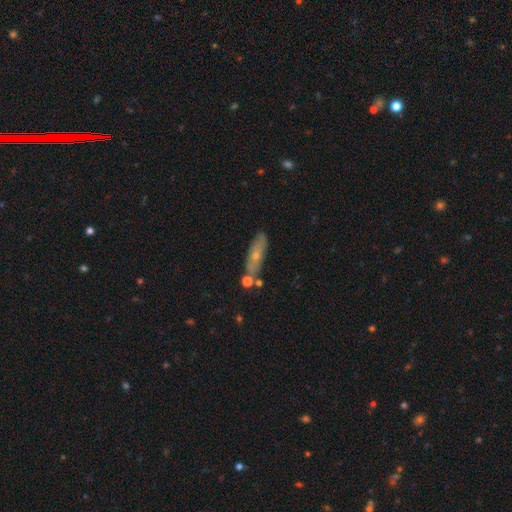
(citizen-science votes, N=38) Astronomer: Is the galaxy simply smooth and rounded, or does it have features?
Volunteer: smooth — 50% (runner-up: featured or disk, 45%).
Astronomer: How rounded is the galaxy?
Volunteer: cigar-shaped — 79%.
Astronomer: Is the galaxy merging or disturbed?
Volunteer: none — 67%.